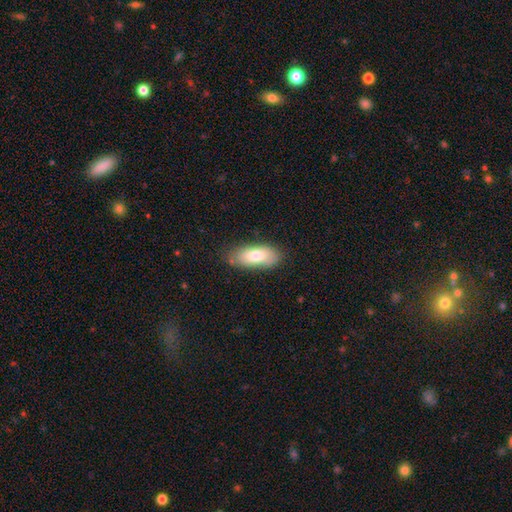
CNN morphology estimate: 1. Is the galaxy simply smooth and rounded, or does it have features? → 77% smooth, 16% featured or disk, 7% star or artifact.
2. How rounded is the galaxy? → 82% in between, 15% cigar-shaped, 2% round.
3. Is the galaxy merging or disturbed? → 77% none, 18% minor disturbance, 4% major disturbance, 2% merger.